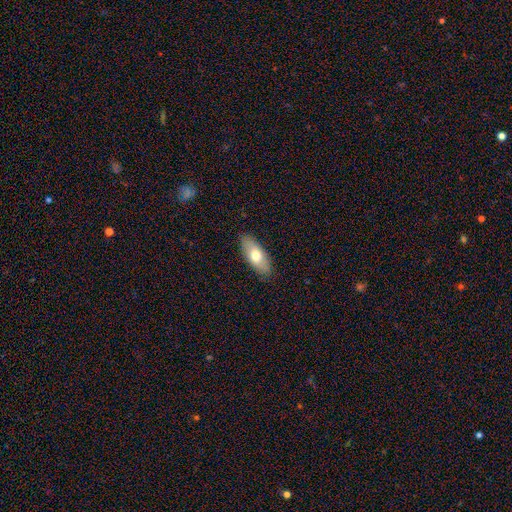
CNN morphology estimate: Q: Smooth or featured?
A: smooth (70%); runner-up: featured or disk (24%)
Q: How rounded?
A: in between (81%); runner-up: cigar-shaped (16%)
Q: Merging?
A: none (88%); runner-up: minor disturbance (10%)